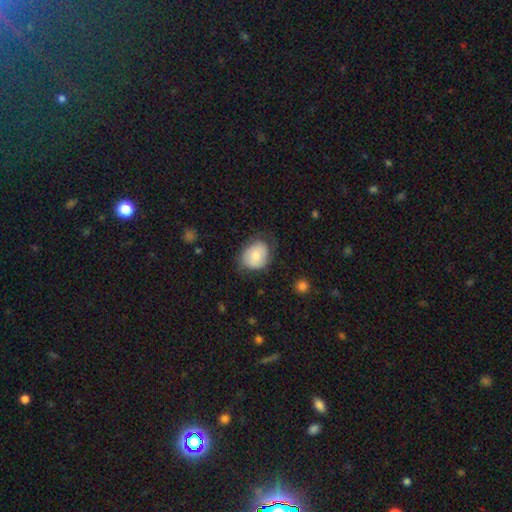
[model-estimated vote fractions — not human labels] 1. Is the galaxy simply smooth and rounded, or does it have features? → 73% smooth, 20% featured or disk, 7% star or artifact.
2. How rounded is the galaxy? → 52% in between, 47% round, 1% cigar-shaped.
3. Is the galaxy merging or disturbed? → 61% none, 27% minor disturbance, 10% major disturbance, 1% merger.